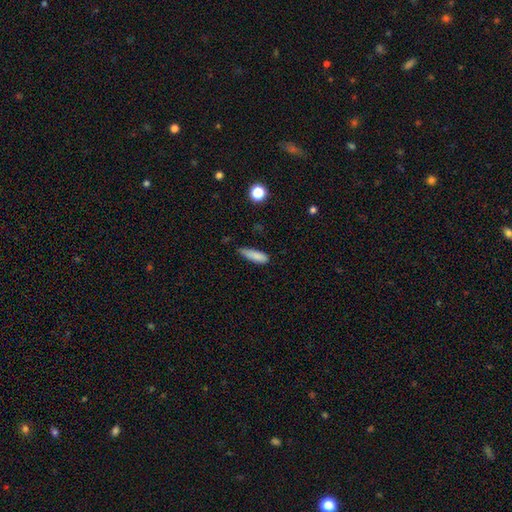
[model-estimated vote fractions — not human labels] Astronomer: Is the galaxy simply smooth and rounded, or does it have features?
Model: smooth — 84%.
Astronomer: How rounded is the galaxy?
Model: cigar-shaped — 56% (runner-up: in between, 42%).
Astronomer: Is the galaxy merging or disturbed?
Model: none — 51% (runner-up: minor disturbance, 39%).